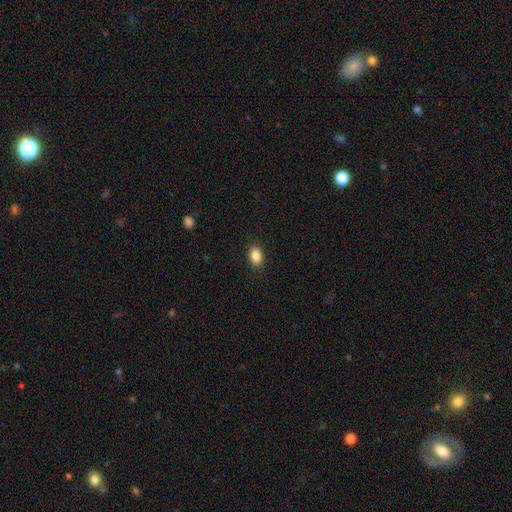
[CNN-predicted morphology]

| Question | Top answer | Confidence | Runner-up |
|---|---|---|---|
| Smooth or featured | smooth | 87% | star or artifact (8%) |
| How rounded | in between | 85% | round (13%) |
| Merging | none | 89% | minor disturbance (8%) |